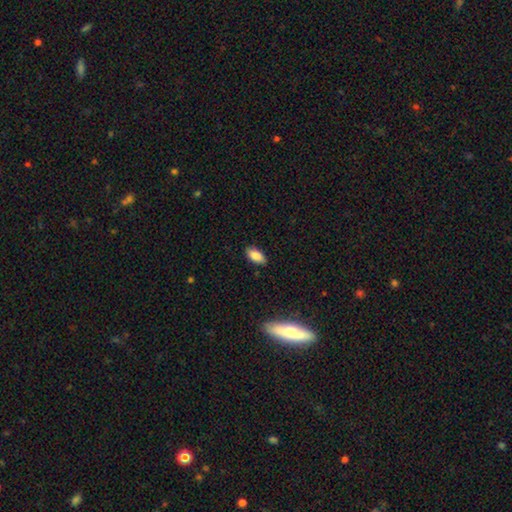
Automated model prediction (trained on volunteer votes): Q: Smooth or featured?
A: smooth (85%); runner-up: star or artifact (8%)
Q: How rounded?
A: in between (89%); runner-up: cigar-shaped (8%)
Q: Merging?
A: none (85%); runner-up: minor disturbance (12%)